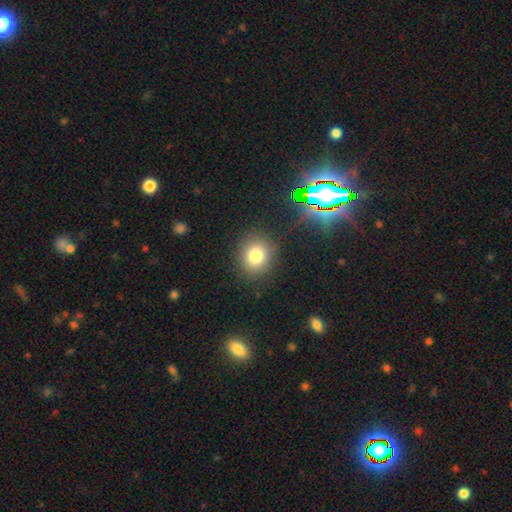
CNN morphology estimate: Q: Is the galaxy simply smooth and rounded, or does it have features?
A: smooth — 77%.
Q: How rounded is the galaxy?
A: round — 76%.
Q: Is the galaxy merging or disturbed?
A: none — 86%.